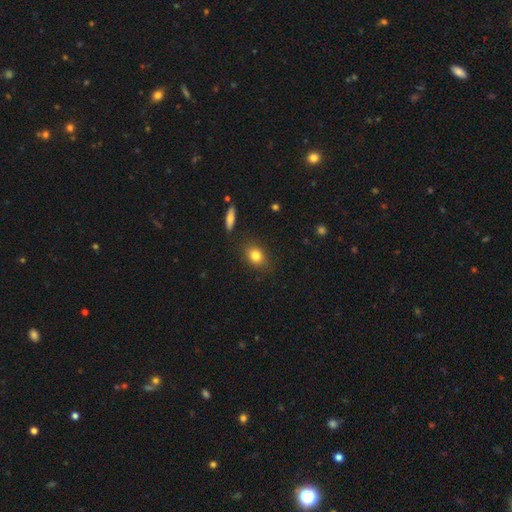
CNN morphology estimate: Smooth or featured? Predicted: smooth (p=0.81). How rounded? Predicted: in between (p=0.53). Merging? Predicted: none (p=0.84).